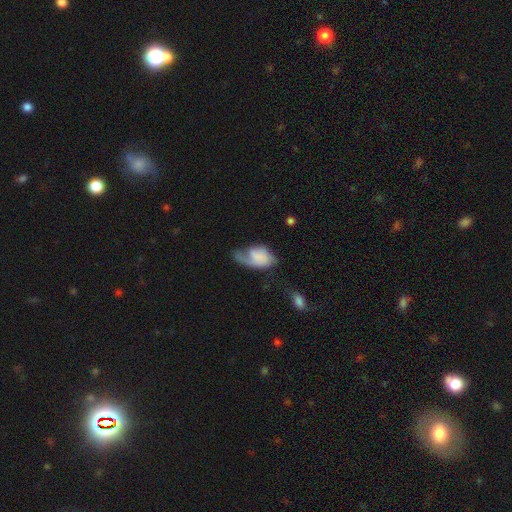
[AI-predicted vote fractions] This is possibly a smooth galaxy (50%). Merging: marginally major disturbance (40%).